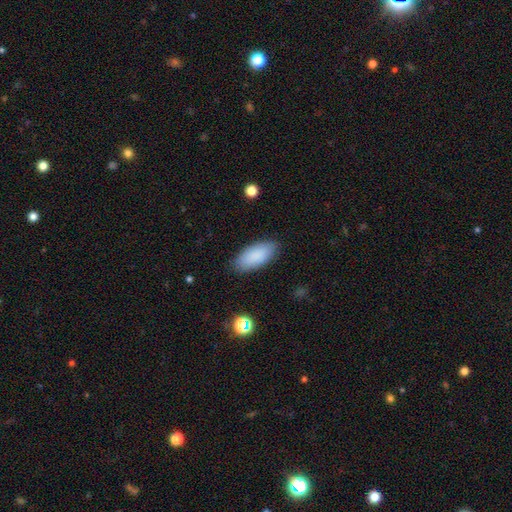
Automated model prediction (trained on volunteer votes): Q: Smooth or featured?
A: smooth (88%); runner-up: star or artifact (6%)
Q: How rounded?
A: in between (88%); runner-up: cigar-shaped (10%)
Q: Merging?
A: none (86%); runner-up: minor disturbance (10%)